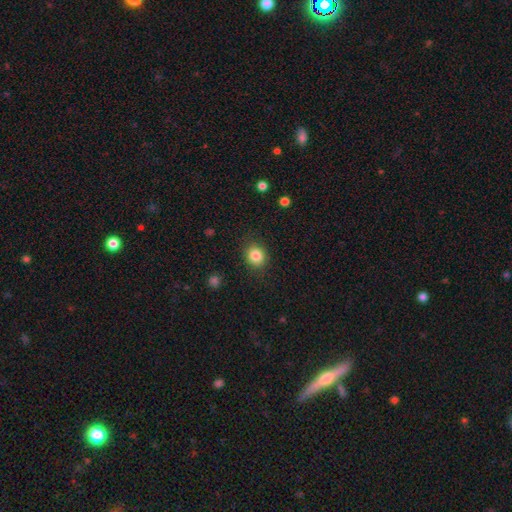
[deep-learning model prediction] Smooth or featured: smooth — 84% (star or artifact — 10%)
How rounded: round — 74% (in between — 26%)
Merging: none — 87% (minor disturbance — 9%)